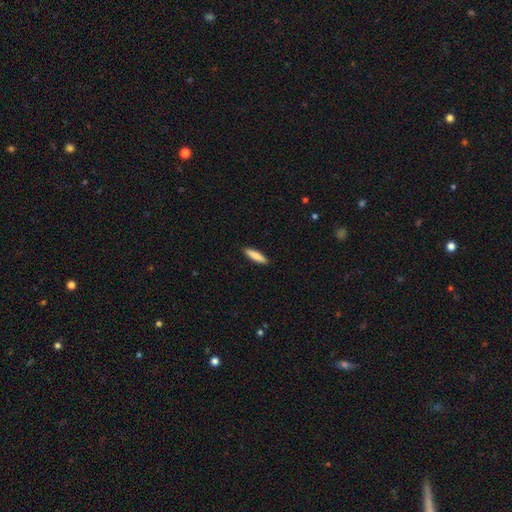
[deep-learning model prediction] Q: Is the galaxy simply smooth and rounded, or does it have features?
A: smooth — 81%.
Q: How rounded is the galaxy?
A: cigar-shaped — 75%.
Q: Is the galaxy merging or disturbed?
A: none — 91%.